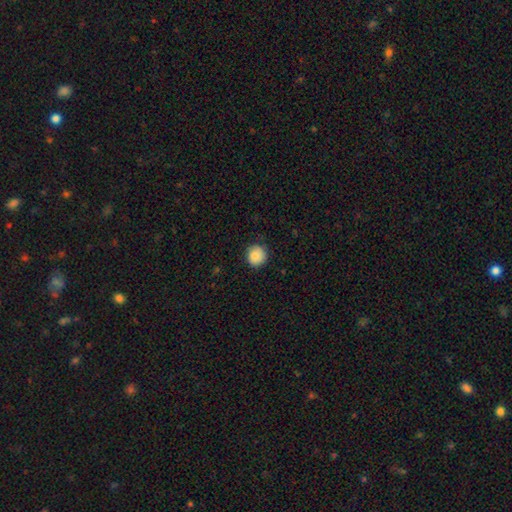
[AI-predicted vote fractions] Smooth or featured?
  - smooth: 84% *
  - star or artifact: 8%
  - featured or disk: 8%
How rounded?
  - round: 90% *
  - in between: 9%
  - cigar-shaped: 1%
Merging?
  - none: 81% *
  - minor disturbance: 15%
  - major disturbance: 3%
  - merger: 1%